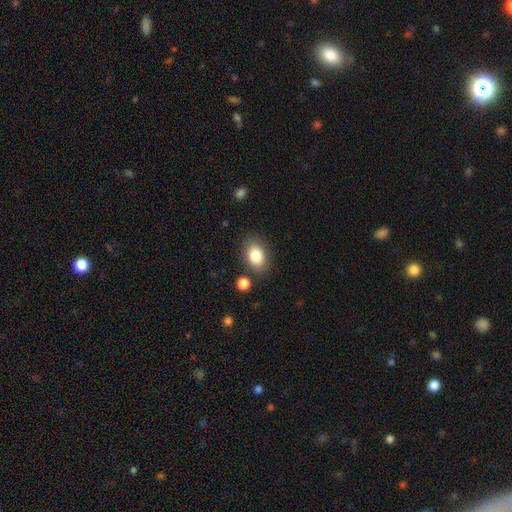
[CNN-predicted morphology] A smooth galaxy with no disk features (82%) that is in between round and cigar-shaped (78%). Merging: none (80%).